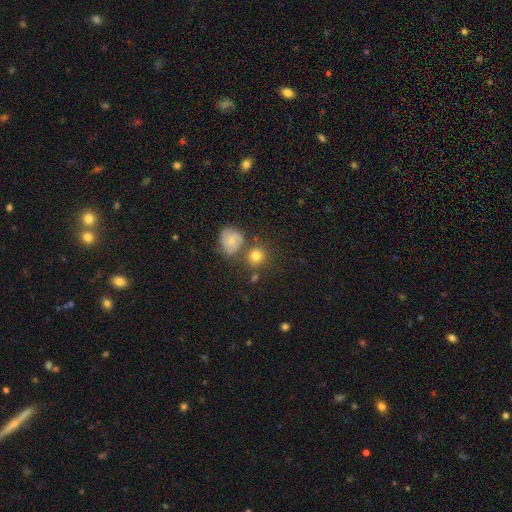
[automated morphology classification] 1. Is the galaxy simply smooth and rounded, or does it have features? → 71% smooth, 17% featured or disk, 12% star or artifact.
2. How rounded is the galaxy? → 87% round, 11% in between, 1% cigar-shaped.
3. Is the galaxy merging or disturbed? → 69% none, 16% merger, 11% minor disturbance, 4% major disturbance.